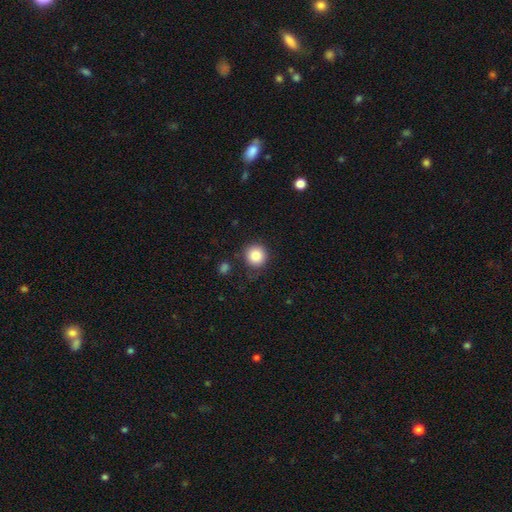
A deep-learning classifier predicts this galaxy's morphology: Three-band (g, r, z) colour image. It shows a smooth galaxy with no disk features (86%) that is round (92%). Merging: none (83%).